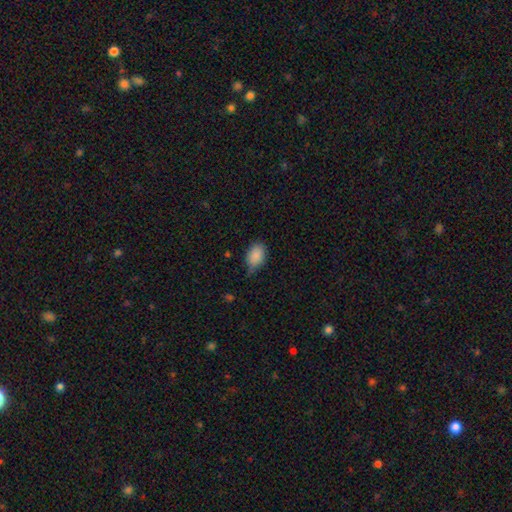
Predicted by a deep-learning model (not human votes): smooth 87%, star or artifact 8%, featured or disk 5%. Down the decision tree: how rounded — in between (82%); merging — none (55%).